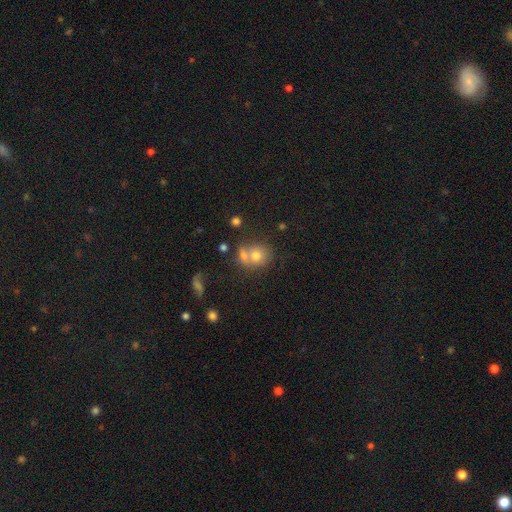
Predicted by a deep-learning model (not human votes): Overall: smooth (72%). How rounded: round (73%). Merging: merger (45%; none 40%).